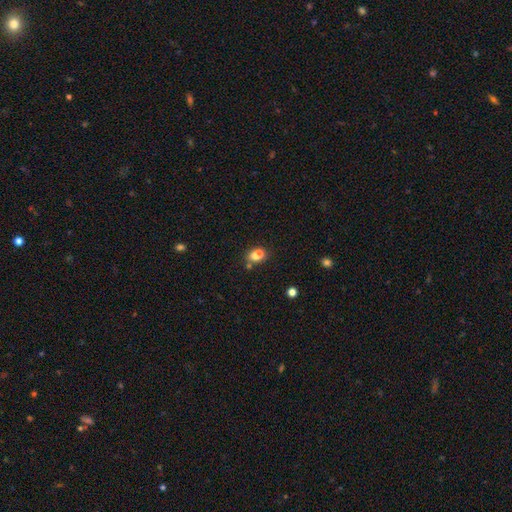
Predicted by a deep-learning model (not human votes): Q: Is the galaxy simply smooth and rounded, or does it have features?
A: smooth — 75%.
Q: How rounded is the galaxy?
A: in between — 67%.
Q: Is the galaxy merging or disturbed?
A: none — 47%.